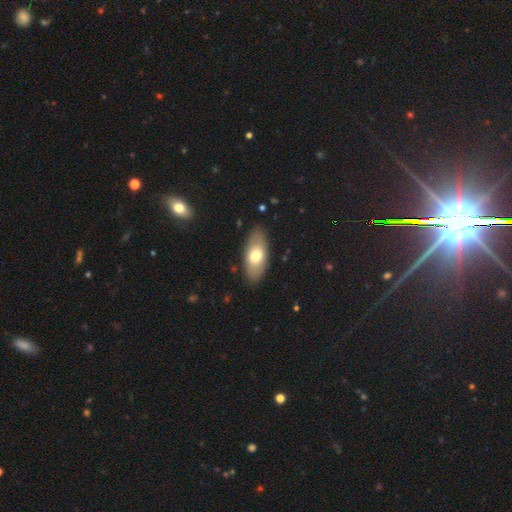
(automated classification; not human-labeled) Overall: smooth (69%). How rounded: in between (89%). Merging: none (86%).